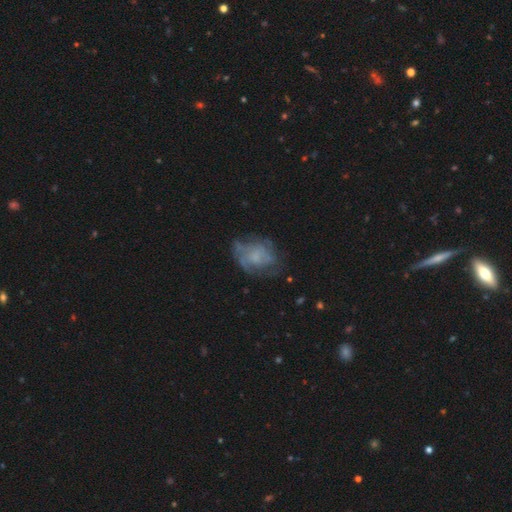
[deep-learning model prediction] Smooth or featured? Predicted: featured or disk (p=0.60). Edge-on disk? Predicted: no (p=0.97). Bar? Predicted: no (p=0.77). Spiral arms? Predicted: yes (p=0.62). Bulge size? Predicted: none (p=0.43). Merging? Predicted: none (p=0.54).